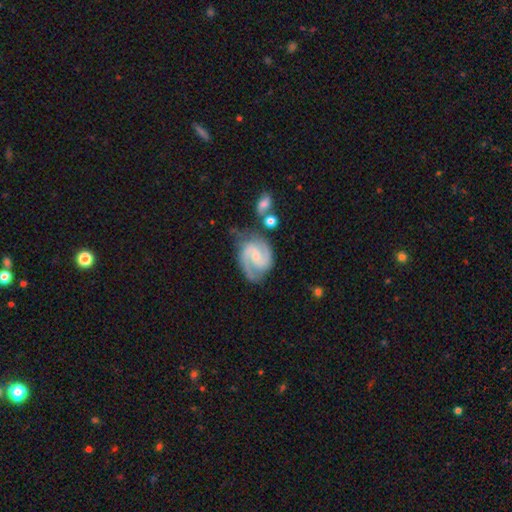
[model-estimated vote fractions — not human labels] Q: Smooth or featured?
A: featured or disk (90%); runner-up: smooth (6%)
Q: Edge-on disk?
A: no (98%); runner-up: yes (2%)
Q: Bar?
A: weak (50%); runner-up: no (36%)
Q: Spiral arms?
A: yes (98%); runner-up: no (2%)
Q: Spiral winding?
A: medium (56%); runner-up: tight (33%)
Q: Spiral arm count?
A: 2 (90%); runner-up: 3 (3%)
Q: Bulge size?
A: small (56%); runner-up: moderate (25%)
Q: Merging?
A: none (66%); runner-up: minor disturbance (20%)